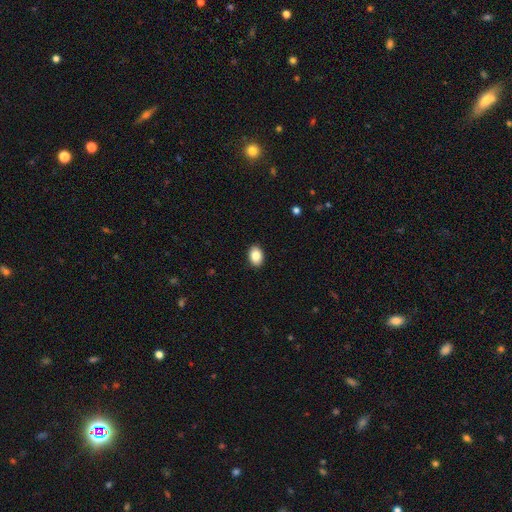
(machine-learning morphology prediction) smooth-or-featured: smooth: 87% | star or artifact: 8% | featured or disk: 5%
  how-rounded: in between: 81% | round: 18% | cigar-shaped: 1%
  merging: none: 91% | minor disturbance: 7% | major disturbance: 2% | merger: 1%